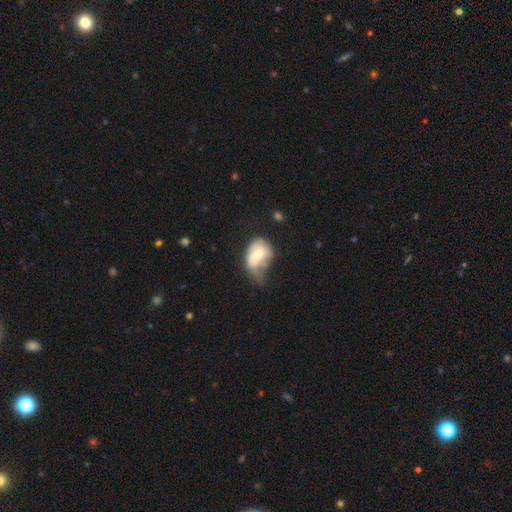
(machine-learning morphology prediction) Smooth or featured? Predicted: smooth (p=0.54). How rounded? Predicted: in between (p=0.74). Merging? Predicted: major disturbance (p=0.34).